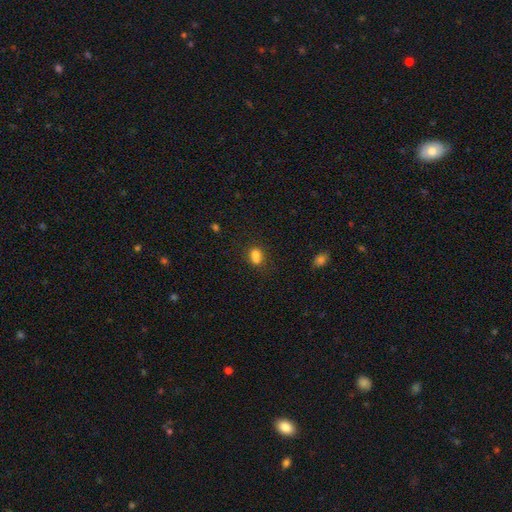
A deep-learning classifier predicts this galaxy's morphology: smooth_or_featured: smooth (p=0.74) [alt: star or artifact p=0.13]
how_rounded: round (p=0.52) [alt: in between p=0.46]
merging: merger (p=0.47) [alt: none p=0.37]